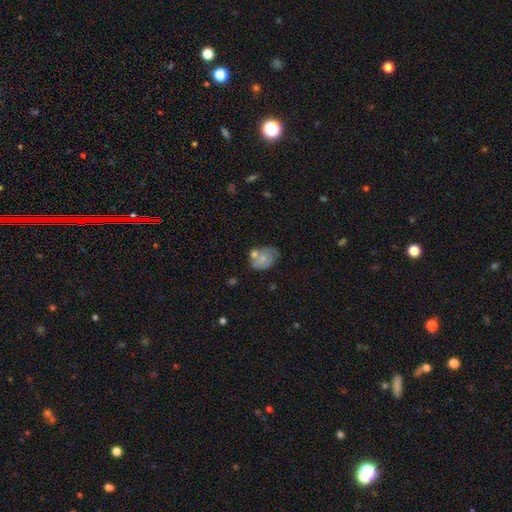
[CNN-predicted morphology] Overall: featured or disk (45%; smooth 44%). Merging: none (53%; minor disturbance 21%).